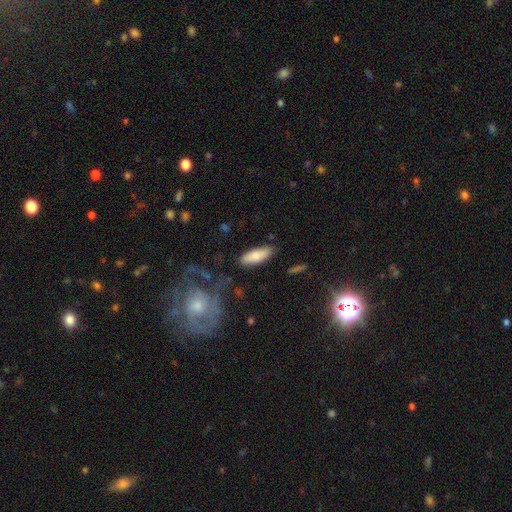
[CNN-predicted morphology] This is likely a smooth galaxy (79%). How rounded: likely in between (64%). Merging: clearly none (83%).